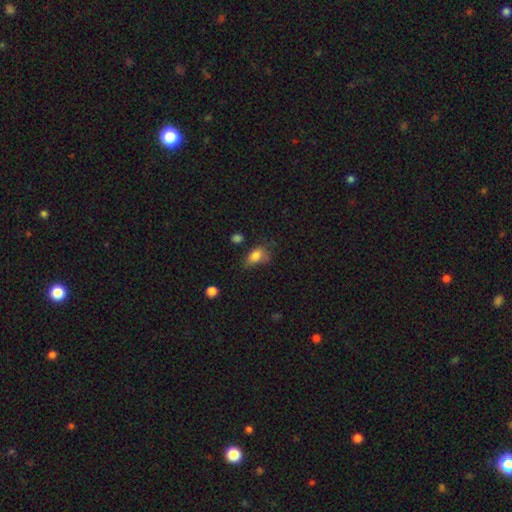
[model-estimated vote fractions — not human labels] This is clearly a smooth galaxy (80%). How rounded: clearly in between (83%). Merging: marginally none (43%).